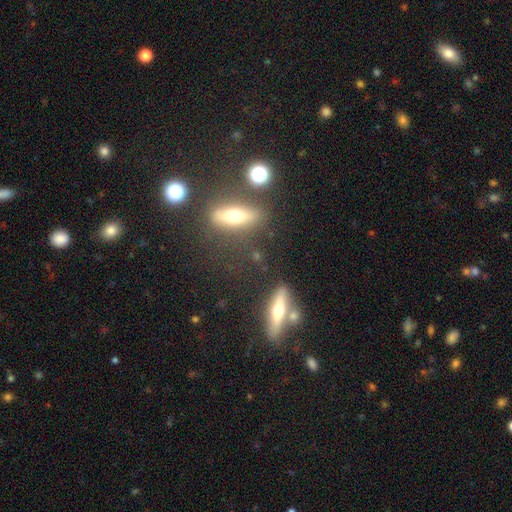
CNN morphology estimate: Smooth or featured?
  - featured or disk: 44% *
  - smooth: 43%
  - star or artifact: 13%
Merging?
  - none: 69% *
  - minor disturbance: 14%
  - merger: 10%
  - major disturbance: 7%